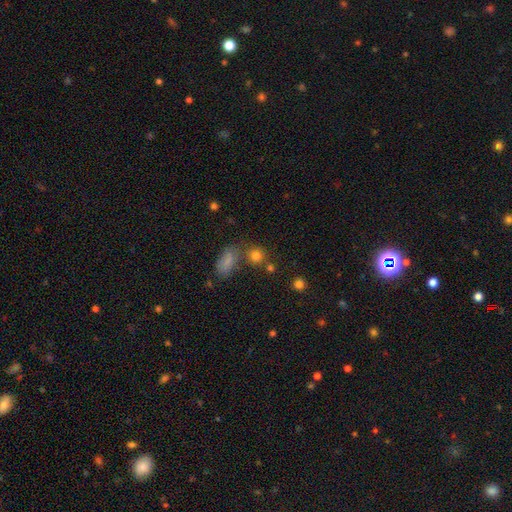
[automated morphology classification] The model was most divided on "merging": none: 65%, merger: 20%, minor disturbance: 10%, major disturbance: 5%. More confident: how rounded — round (82%); smooth or featured — smooth (79%).